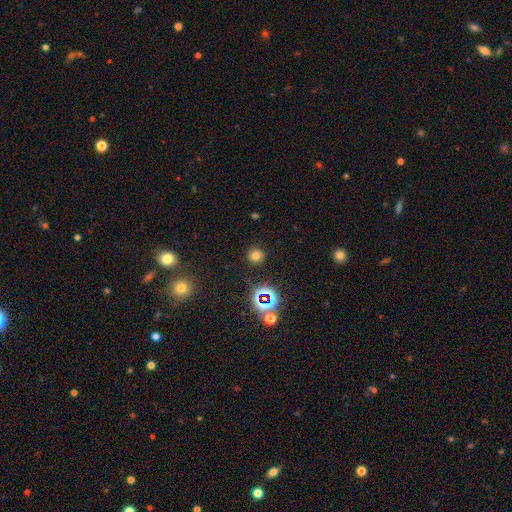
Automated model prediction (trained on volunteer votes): smooth 68%, star or artifact 24%, featured or disk 8%. Down the decision tree: how rounded — round (91%); merging — none (88%).